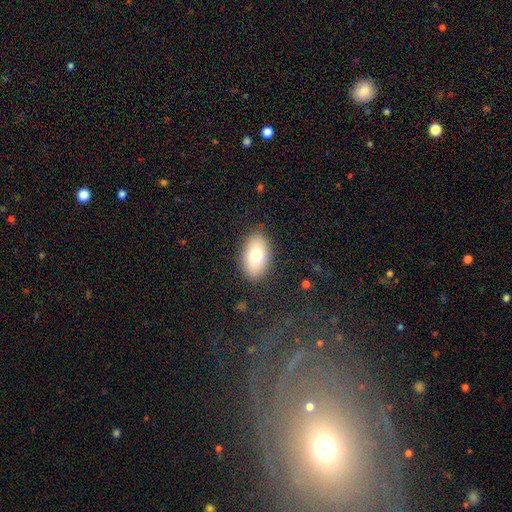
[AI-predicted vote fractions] The model was most divided on "smooth or featured": smooth: 76%, featured or disk: 17%, star or artifact: 7%. More confident: how rounded — in between (92%); merging — none (86%).